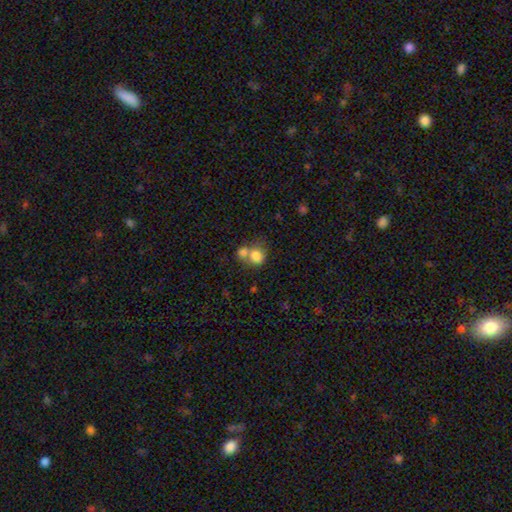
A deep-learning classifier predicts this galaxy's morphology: Smooth or featured? Predicted: smooth (p=0.80). How rounded? Predicted: round (p=0.67). Merging? Predicted: merger (p=0.56).